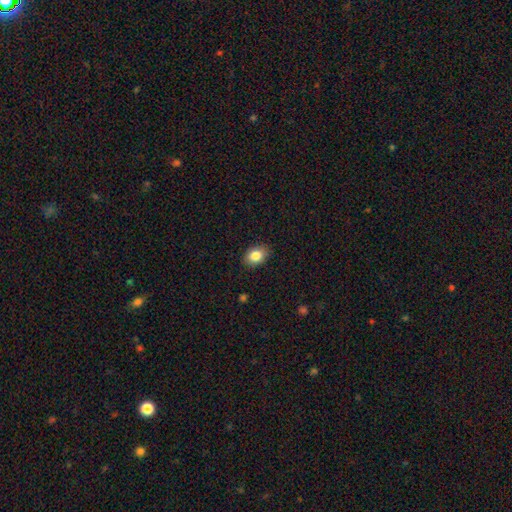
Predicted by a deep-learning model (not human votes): Morphology: type=smooth (84%); roundness=in between (77%); merging=none (87%).